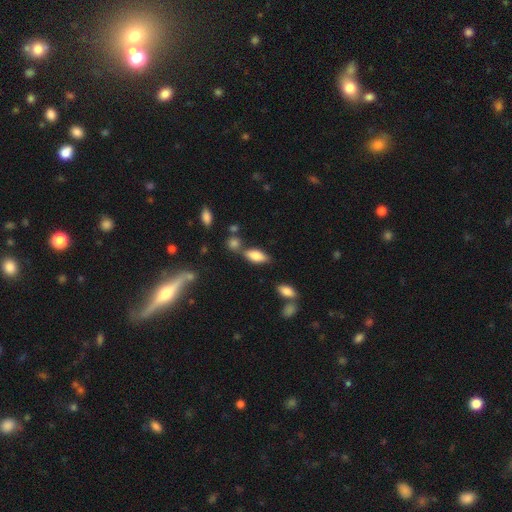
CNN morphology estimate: A smooth galaxy with no disk features (78%) that is in between round and cigar-shaped (82%). Merging: none (64%).